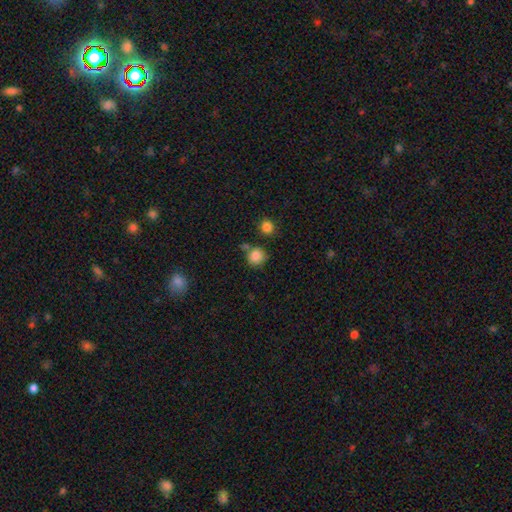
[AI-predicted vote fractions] The model was most divided on "merging": none: 69%, minor disturbance: 15%, merger: 12%, major disturbance: 4%. More confident: how rounded — round (88%); smooth or featured — smooth (85%).